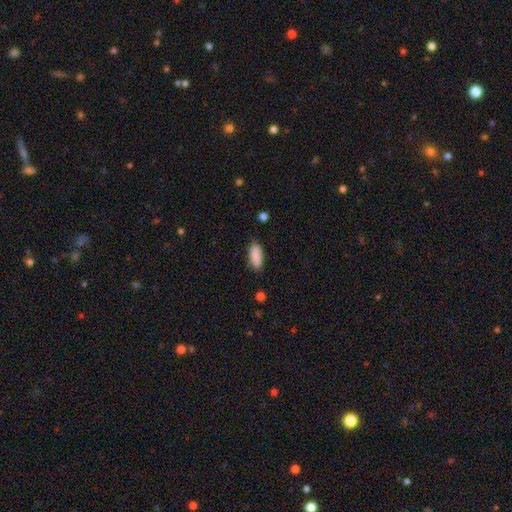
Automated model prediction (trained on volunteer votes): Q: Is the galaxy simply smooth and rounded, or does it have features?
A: smooth — 89%.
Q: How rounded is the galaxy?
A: in between — 75%.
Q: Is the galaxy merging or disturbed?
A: none — 84%.